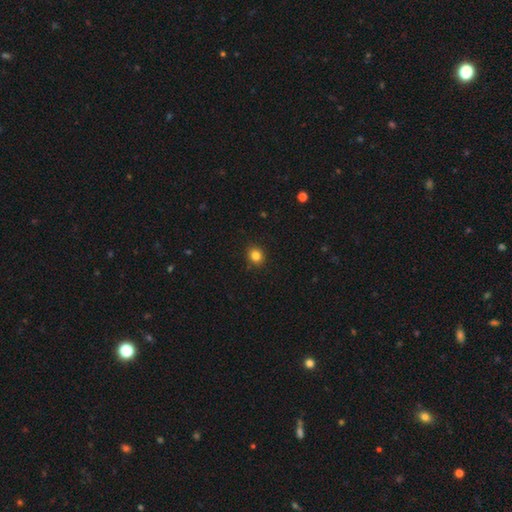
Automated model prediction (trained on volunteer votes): This appears to be a smooth galaxy with no disk features (83%) that is round (80%). Merging: none (90%).